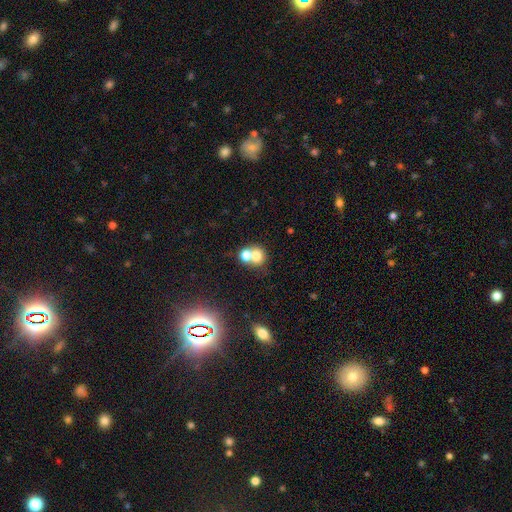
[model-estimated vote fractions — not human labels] Overall: smooth (72%). How rounded: round (75%). Merging: merger (57%; none 34%).